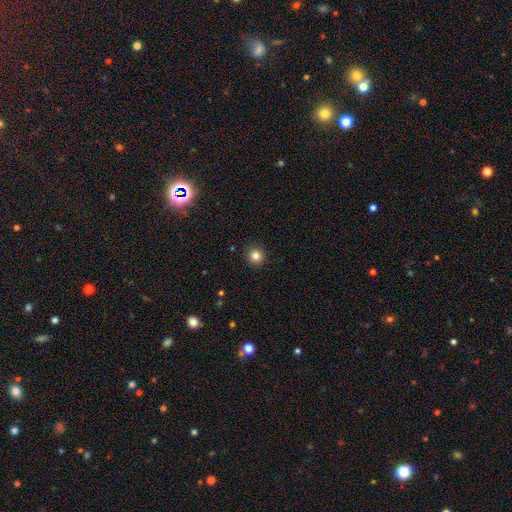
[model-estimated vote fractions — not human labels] Morphology: type=smooth (83%); roundness=round (94%); merging=none (92%).